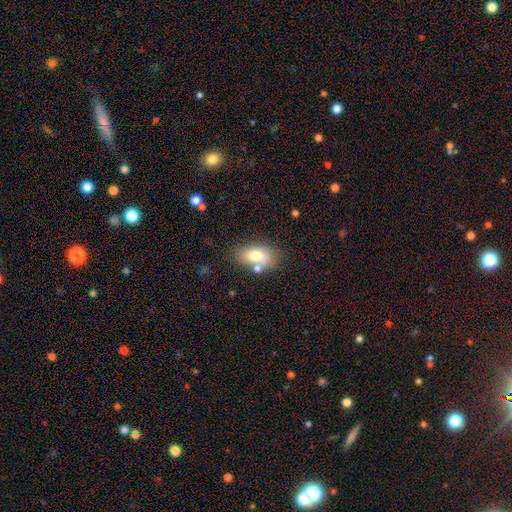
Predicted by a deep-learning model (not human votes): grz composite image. It shows a smooth galaxy with no disk features (71%) that is in between round and cigar-shaped (87%). Merging: none (62%).